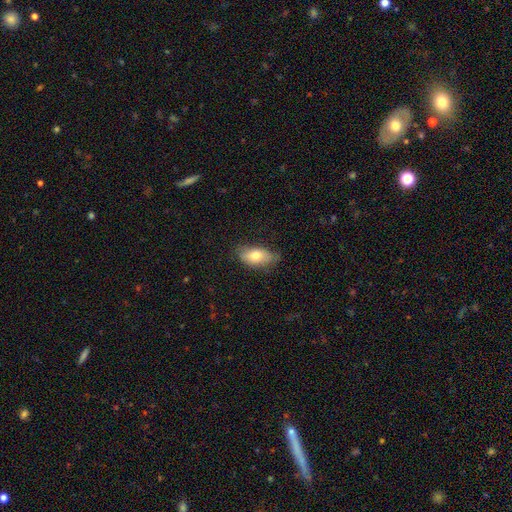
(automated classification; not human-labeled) Morphology: type=smooth (73%); roundness=in between (89%); merging=none (74%).